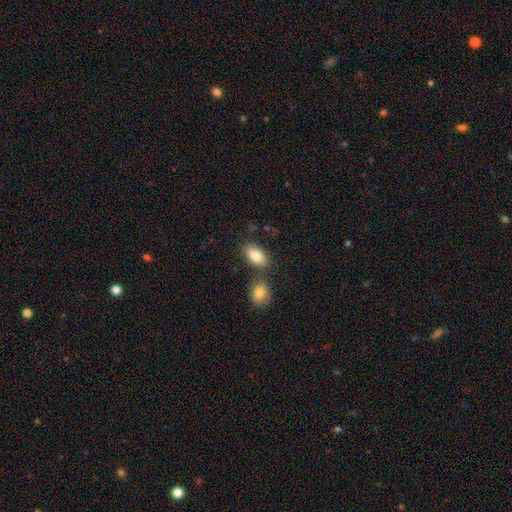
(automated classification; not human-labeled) Morphology: type=smooth (84%); roundness=in between (90%); merging=none (67%).